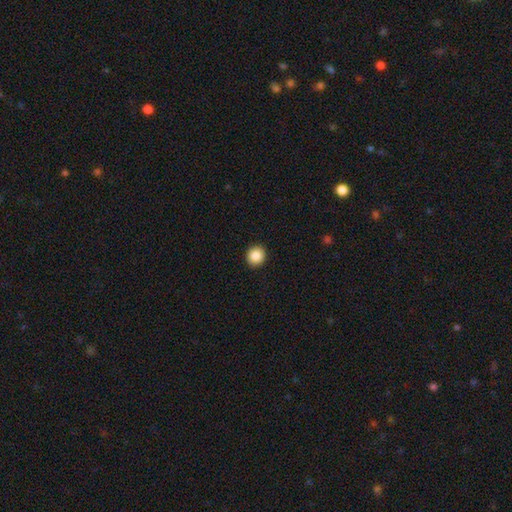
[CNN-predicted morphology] Smooth or featured: smooth — 87% (star or artifact — 9%)
How rounded: round — 90% (in between — 9%)
Merging: none — 93% (minor disturbance — 5%)